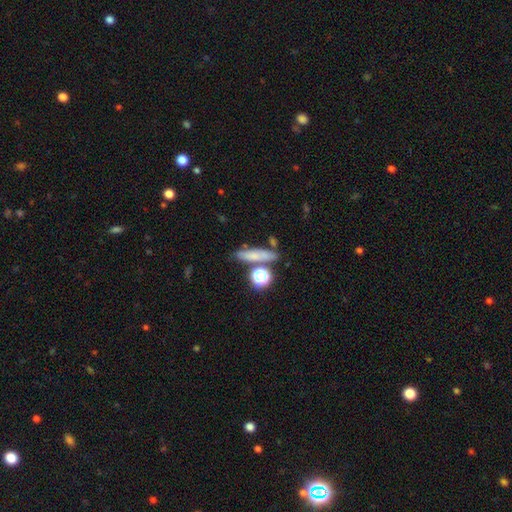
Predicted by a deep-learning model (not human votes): Smooth or featured? Predicted: smooth (p=0.65). How rounded? Predicted: cigar-shaped (p=0.55). Merging? Predicted: none (p=0.68).